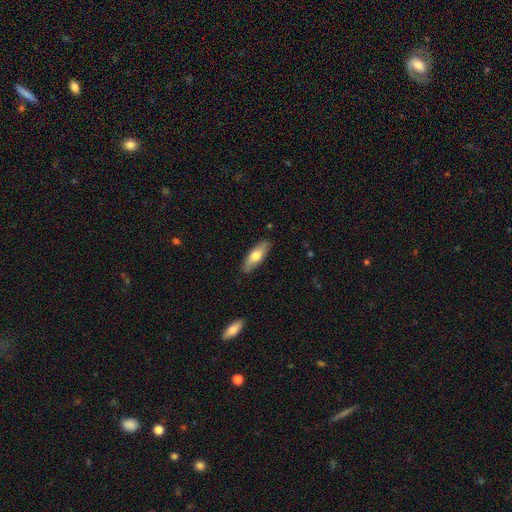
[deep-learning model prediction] The model was most divided on "how rounded": in between: 61%, cigar-shaped: 36%, round: 2%. More confident: merging — none (87%); smooth or featured — smooth (67%).